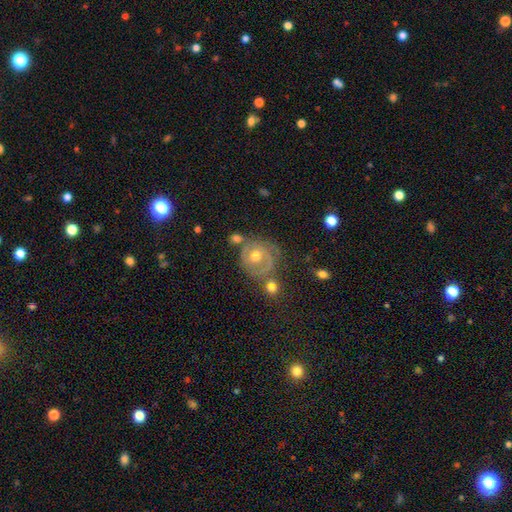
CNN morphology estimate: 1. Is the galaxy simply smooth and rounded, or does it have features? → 68% featured or disk, 20% smooth, 12% star or artifact.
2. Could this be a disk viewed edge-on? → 97% no, 3% yes.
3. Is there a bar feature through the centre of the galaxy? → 77% no, 18% weak, 5% strong.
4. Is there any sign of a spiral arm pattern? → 77% yes, 23% no.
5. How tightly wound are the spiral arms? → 67% tight, 25% medium, 8% loose.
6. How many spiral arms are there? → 48% 2, 25% can't tell, 15% 1, 6% 3, 3% 4, 3% more than 4.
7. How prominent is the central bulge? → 73% moderate, 21% small, 3% large, 1% none, 1% dominant.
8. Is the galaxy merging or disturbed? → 62% none, 18% minor disturbance, 11% merger, 9% major disturbance.